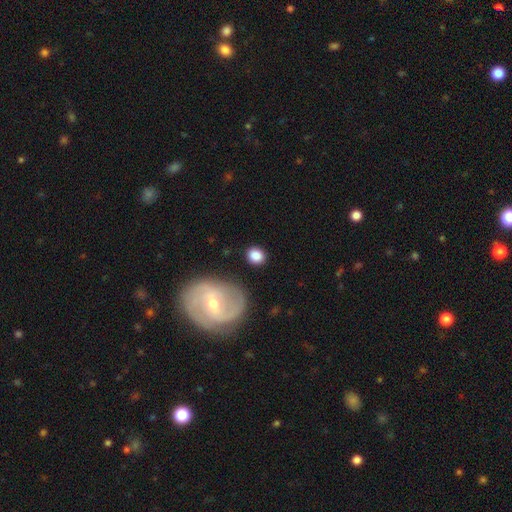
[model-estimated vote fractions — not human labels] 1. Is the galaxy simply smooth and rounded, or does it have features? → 83% smooth, 10% featured or disk, 8% star or artifact.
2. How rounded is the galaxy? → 66% round, 32% in between, 2% cigar-shaped.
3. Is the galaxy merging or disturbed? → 83% none, 10% minor disturbance, 4% major disturbance, 3% merger.